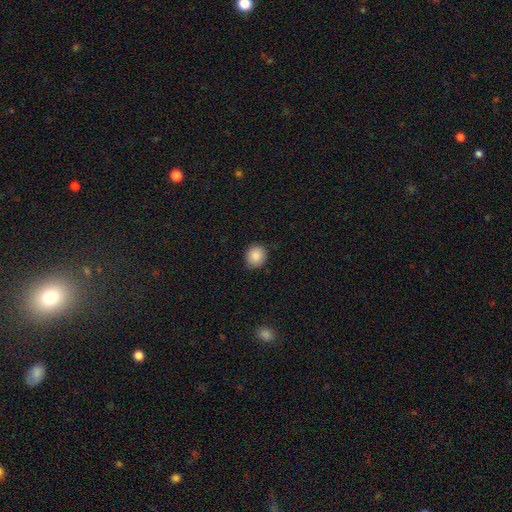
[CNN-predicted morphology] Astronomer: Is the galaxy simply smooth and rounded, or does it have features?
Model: smooth — 88%.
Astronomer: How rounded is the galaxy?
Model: round — 82%.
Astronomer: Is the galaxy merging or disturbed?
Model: none — 85%.